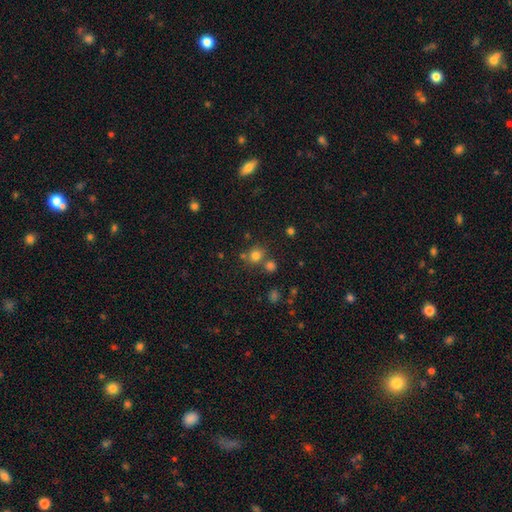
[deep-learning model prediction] Q: Smooth or featured?
A: smooth (75%); runner-up: star or artifact (17%)
Q: How rounded?
A: round (80%); runner-up: in between (19%)
Q: Merging?
A: none (66%); runner-up: merger (20%)